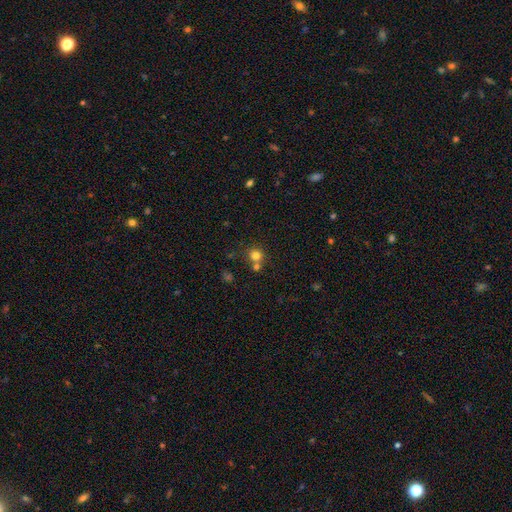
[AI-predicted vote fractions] smooth_or_featured: smooth (p=0.77) [alt: star or artifact p=0.14]
how_rounded: round (p=0.87) [alt: in between p=0.12]
merging: none (p=0.55) [alt: merger p=0.34]